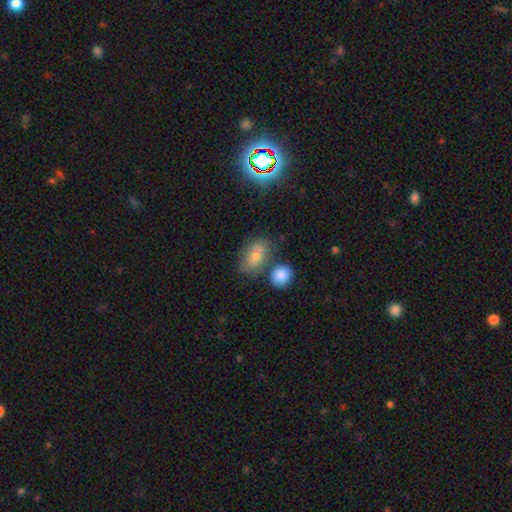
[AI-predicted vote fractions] Overall: smooth (64%). How rounded: in between (81%). Merging: none (63%).